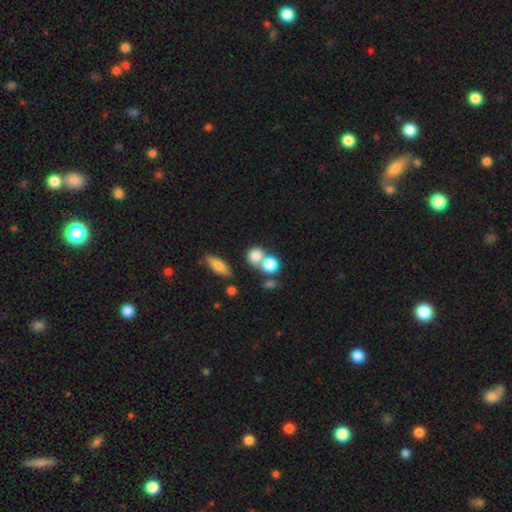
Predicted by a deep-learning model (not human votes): smooth-or-featured: smooth: 79% | star or artifact: 12% | featured or disk: 9%
  how-rounded: round: 75% | in between: 23% | cigar-shaped: 2%
  merging: merger: 46% | none: 42% | minor disturbance: 9% | major disturbance: 4%